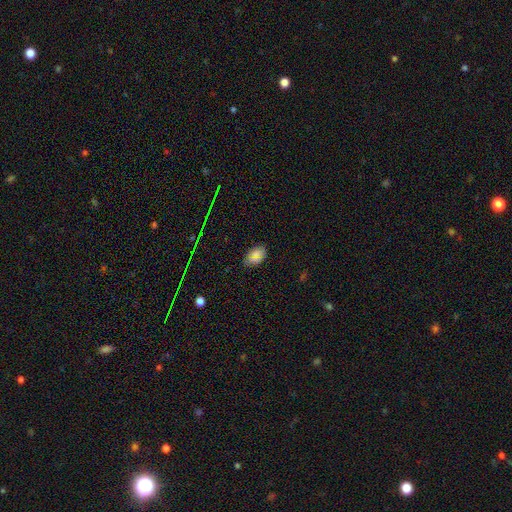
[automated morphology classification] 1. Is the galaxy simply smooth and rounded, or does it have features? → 68% smooth, 23% star or artifact, 9% featured or disk.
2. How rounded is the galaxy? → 91% in between, 7% round, 2% cigar-shaped.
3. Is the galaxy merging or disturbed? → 77% none, 18% minor disturbance, 3% major disturbance, 2% merger.